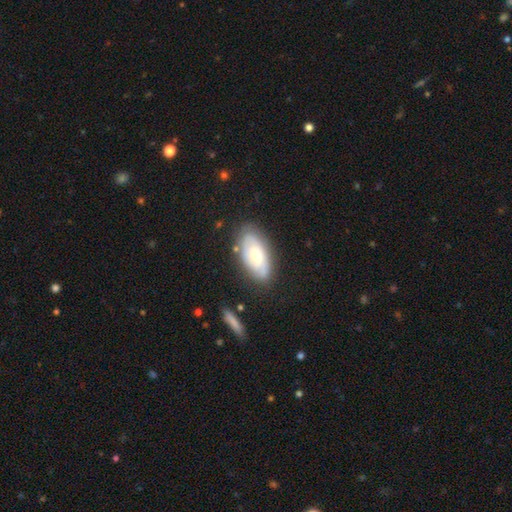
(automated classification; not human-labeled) Smooth or featured?
  - featured or disk: 51% *
  - smooth: 42%
  - star or artifact: 7%
Edge-on disk?
  - no: 87% *
  - yes: 13%
Merging?
  - none: 77% *
  - minor disturbance: 16%
  - major disturbance: 4%
  - merger: 3%